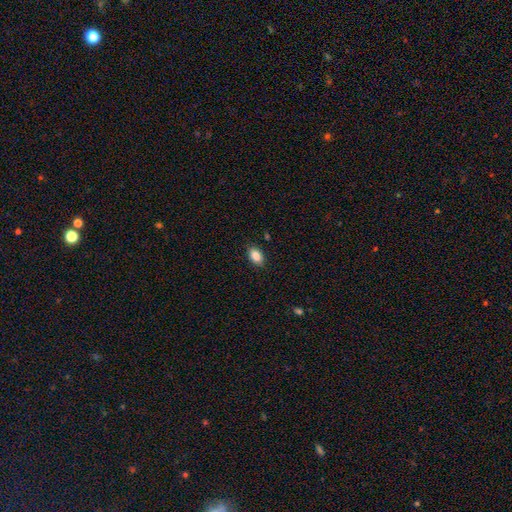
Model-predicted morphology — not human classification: The model was most divided on "merging": none: 87%, minor disturbance: 10%, major disturbance: 2%, merger: 1%. More confident: how rounded — in between (88%); smooth or featured — smooth (87%).